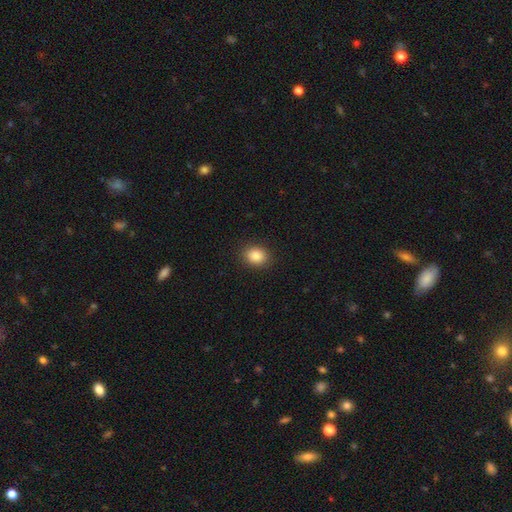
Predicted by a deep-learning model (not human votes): This is clearly a smooth galaxy (86%). How rounded: possibly in between (51%). Merging: clearly none (89%).